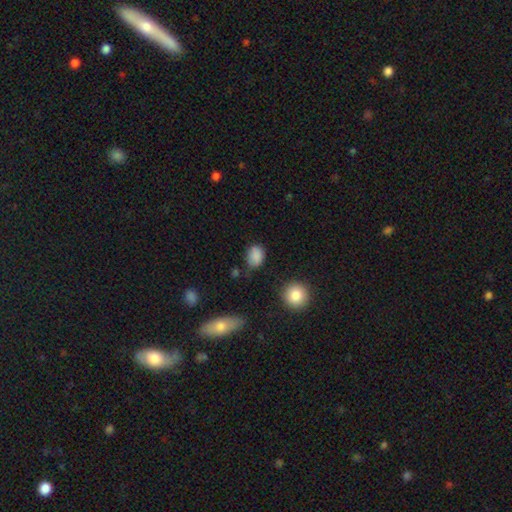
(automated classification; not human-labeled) A smooth galaxy with no disk features (85%) that is in between round and cigar-shaped (69%).

Vote fractions:
- Smooth or featured? smooth: 85% / star or artifact: 10% / featured or disk: 6%
- How rounded? in between: 69% / round: 30% / cigar-shaped: 1%
- Merging? none: 66% / minor disturbance: 25% / major disturbance: 6% / merger: 4%